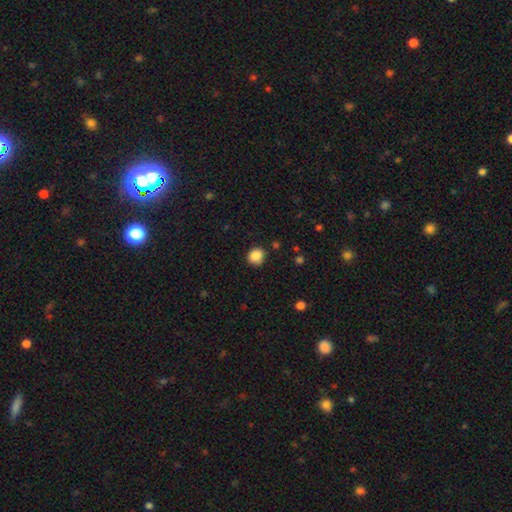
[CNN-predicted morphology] A smooth galaxy with no disk features (87%) that is round (81%). Merging: none (85%).